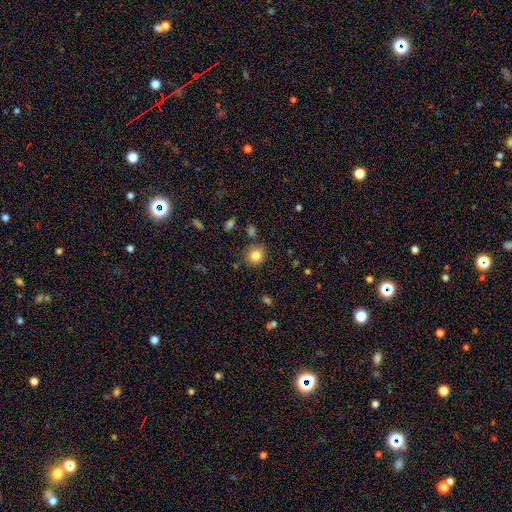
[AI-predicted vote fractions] smooth-or-featured: smooth: 83% | star or artifact: 11% | featured or disk: 7%
  how-rounded: round: 85% | in between: 14% | cigar-shaped: 1%
  merging: none: 83% | minor disturbance: 10% | merger: 4% | major disturbance: 3%